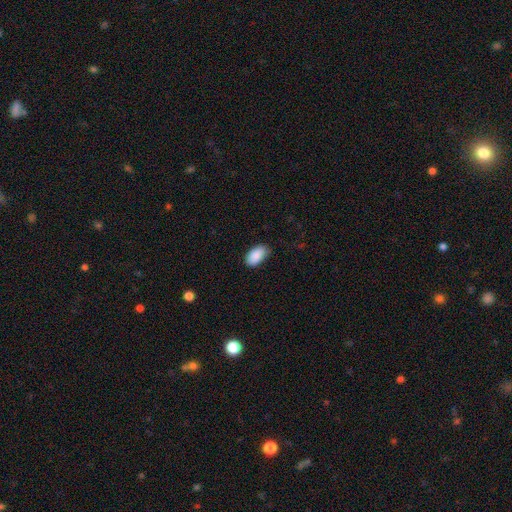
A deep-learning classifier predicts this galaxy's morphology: smooth-or-featured: smooth: 90% | star or artifact: 6% | featured or disk: 3%
  how-rounded: in between: 95% | round: 4% | cigar-shaped: 2%
  merging: none: 82% | minor disturbance: 15% | major disturbance: 2% | merger: 1%